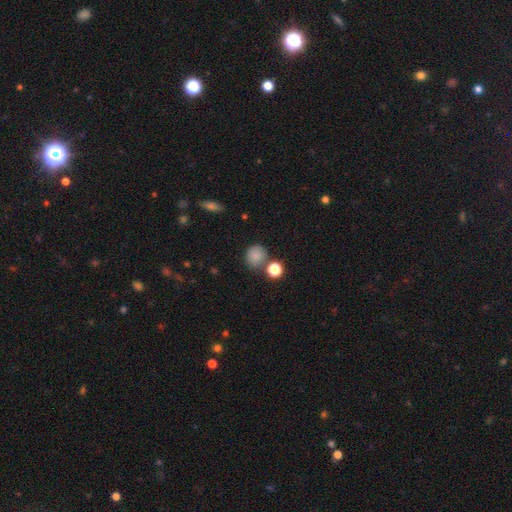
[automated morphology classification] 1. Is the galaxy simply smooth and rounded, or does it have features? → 82% smooth, 12% star or artifact, 6% featured or disk.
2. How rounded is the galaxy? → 79% round, 20% in between, 1% cigar-shaped.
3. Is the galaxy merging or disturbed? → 70% none, 14% merger, 12% minor disturbance, 4% major disturbance.